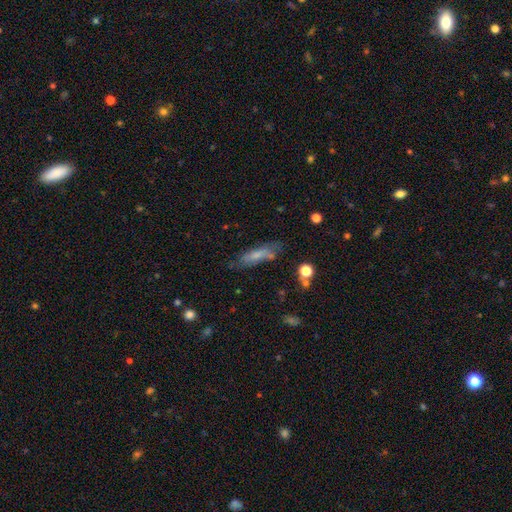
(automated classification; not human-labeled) This appears to be a smooth galaxy with no disk features (50%) that is cigar-shaped (65%). Merging: none (66%).